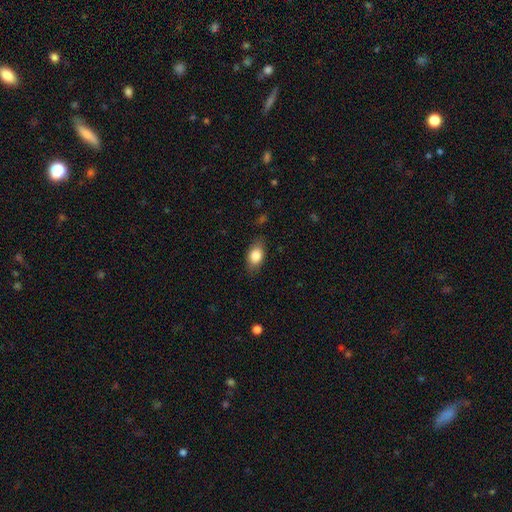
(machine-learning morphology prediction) Smooth or featured?
  - smooth: 82% *
  - featured or disk: 10%
  - star or artifact: 7%
How rounded?
  - in between: 86% *
  - round: 10%
  - cigar-shaped: 4%
Merging?
  - none: 80% *
  - minor disturbance: 15%
  - major disturbance: 4%
  - merger: 1%